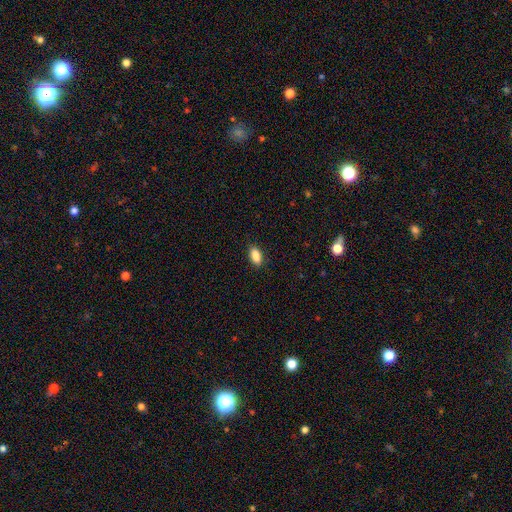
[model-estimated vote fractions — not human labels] Overall: smooth (89%). How rounded: in between (89%). Merging: none (87%).